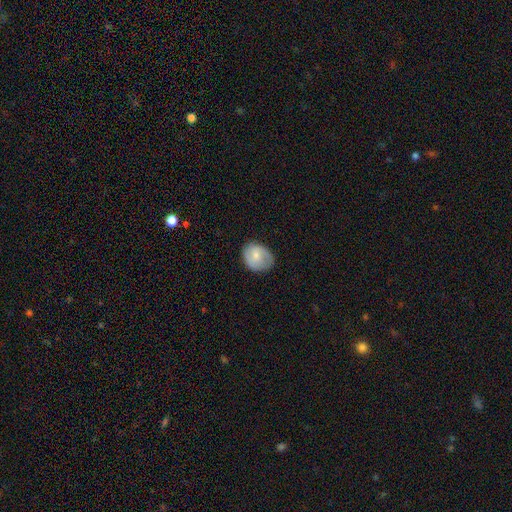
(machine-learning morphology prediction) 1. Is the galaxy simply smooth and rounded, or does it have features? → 64% smooth, 29% featured or disk, 7% star or artifact.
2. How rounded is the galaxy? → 56% round, 43% in between, 1% cigar-shaped.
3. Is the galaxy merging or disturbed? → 72% none, 21% minor disturbance, 6% major disturbance, 1% merger.